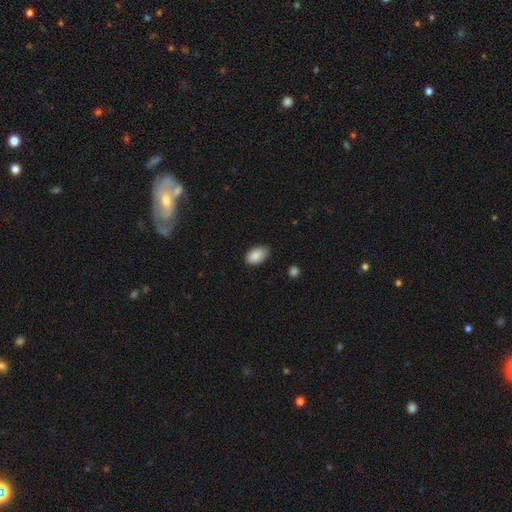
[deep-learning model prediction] A smooth galaxy with no disk features (88%) that is in between round and cigar-shaped (91%). Merging: none (78%).